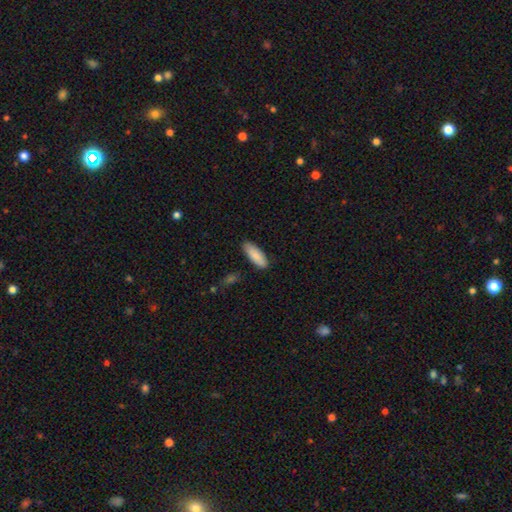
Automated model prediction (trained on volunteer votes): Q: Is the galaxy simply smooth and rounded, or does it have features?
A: smooth — 88%.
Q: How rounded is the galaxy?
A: in between — 69%.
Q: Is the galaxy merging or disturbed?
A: none — 84%.